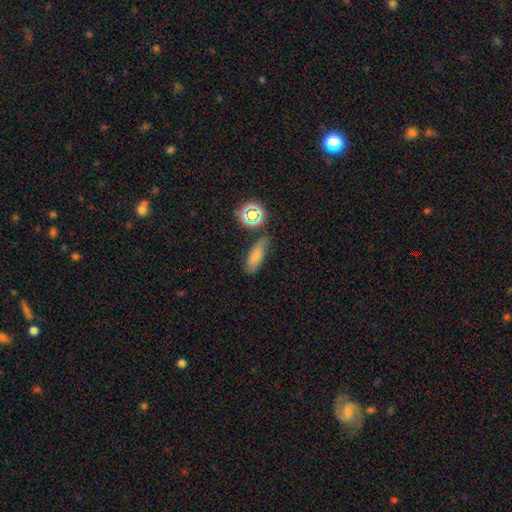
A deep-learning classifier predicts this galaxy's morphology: Smooth or featured? Predicted: smooth (p=0.73). How rounded? Predicted: in between (p=0.68). Merging? Predicted: none (p=0.70).